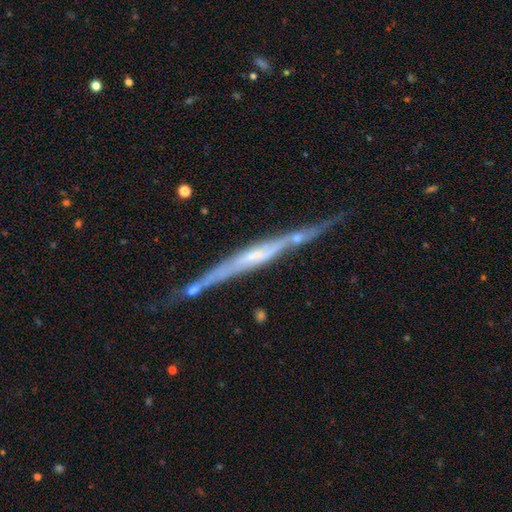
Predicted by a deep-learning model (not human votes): Smooth or featured?
  - featured or disk: 78% *
  - smooth: 15%
  - star or artifact: 7%
Edge-on disk?
  - yes: 93% *
  - no: 7%
Edge-on bulge?
  - none: 42% *
  - rounded: 35%
  - boxy: 24%
Merging?
  - none: 65% *
  - minor disturbance: 19%
  - merger: 9%
  - major disturbance: 6%